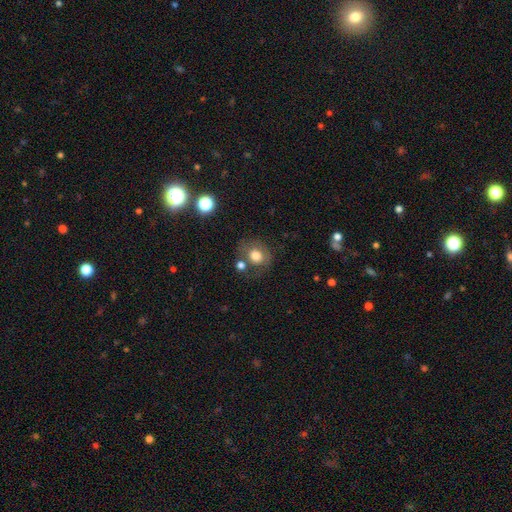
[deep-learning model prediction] Overall: smooth (74%). How rounded: round (69%; in between 31%). Merging: none (61%).